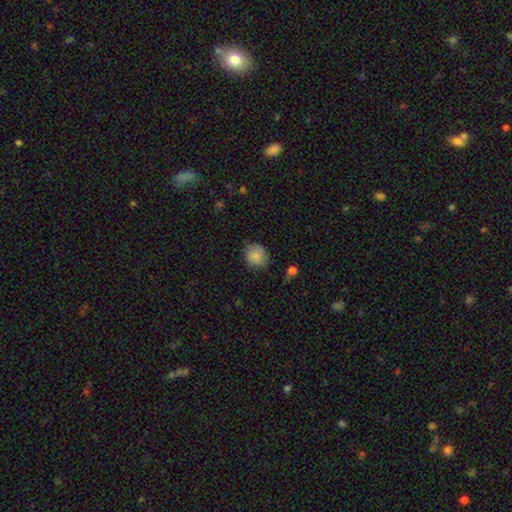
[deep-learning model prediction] A smooth galaxy with no disk features (86%) that is round (78%). Merging: none (76%).